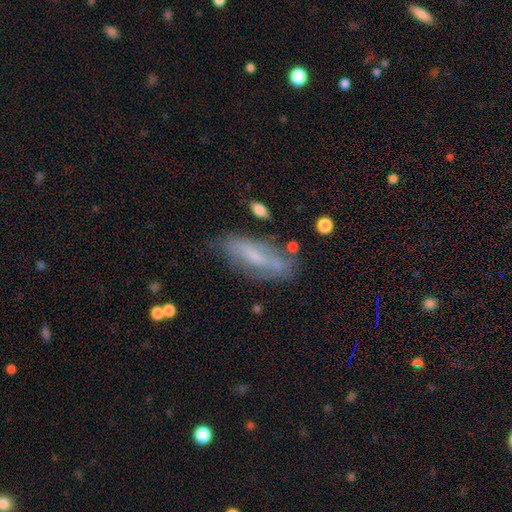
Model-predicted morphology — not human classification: This appears to be a smooth galaxy with no disk features (46%). Merging: none (61%).